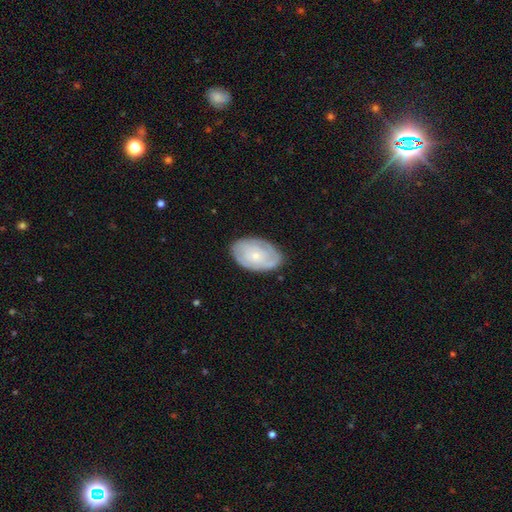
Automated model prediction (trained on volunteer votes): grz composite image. It shows a featured or disk galaxy (56%) with no bar (84%), spiral arms (74%) and a small central bulge (69%). Merging: none (80%).